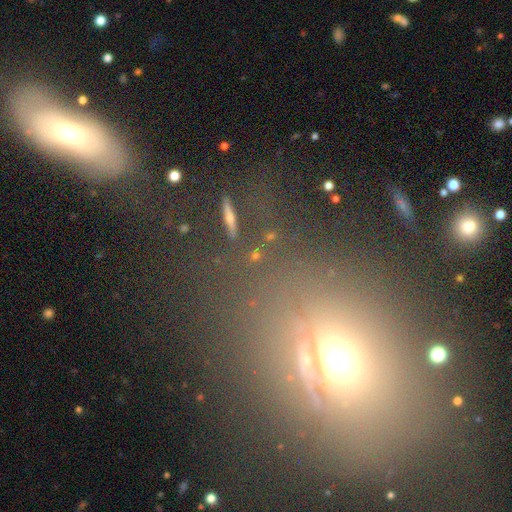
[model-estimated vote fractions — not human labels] A smooth galaxy with no disk features (40%). Merging: none (81%).